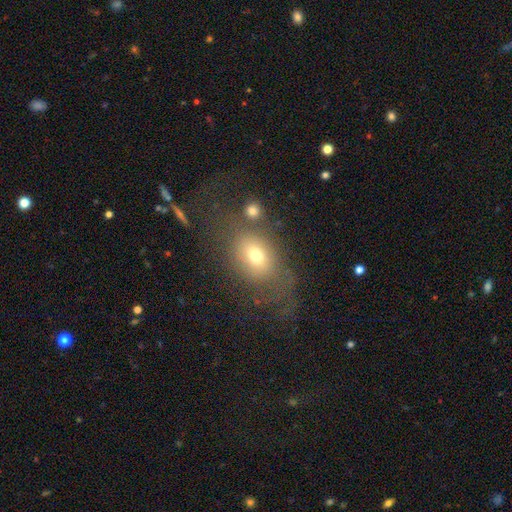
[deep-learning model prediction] A smooth galaxy with no disk features (63%) that is in between round and cigar-shaped (66%).

Vote fractions:
- Smooth or featured? smooth: 63% / featured or disk: 23% / star or artifact: 15%
- How rounded? in between: 66% / round: 32% / cigar-shaped: 2%
- Merging? none: 46% / major disturbance: 27% / minor disturbance: 18% / merger: 9%